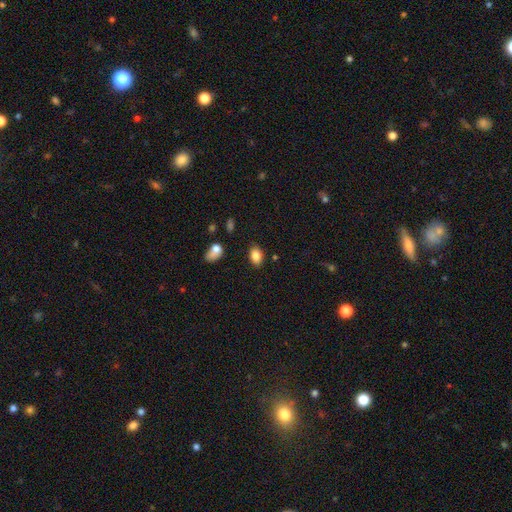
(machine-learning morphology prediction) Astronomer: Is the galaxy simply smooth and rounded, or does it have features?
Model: smooth — 85%.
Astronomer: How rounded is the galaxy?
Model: in between — 85%.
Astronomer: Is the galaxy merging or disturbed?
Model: none — 82%.